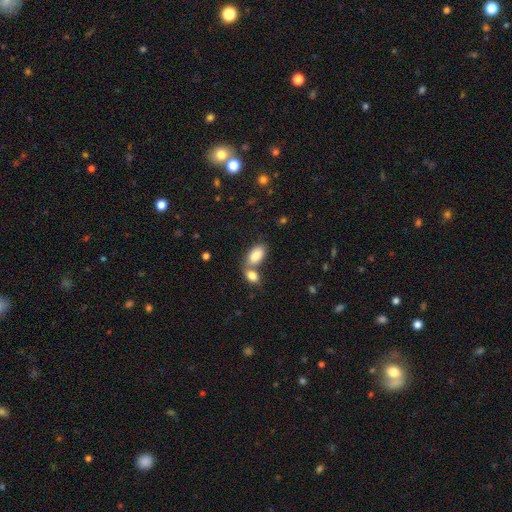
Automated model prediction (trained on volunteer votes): smooth 85%, featured or disk 8%, star or artifact 7%. Down the decision tree: how rounded — in between (93%); merging — merger (48%).